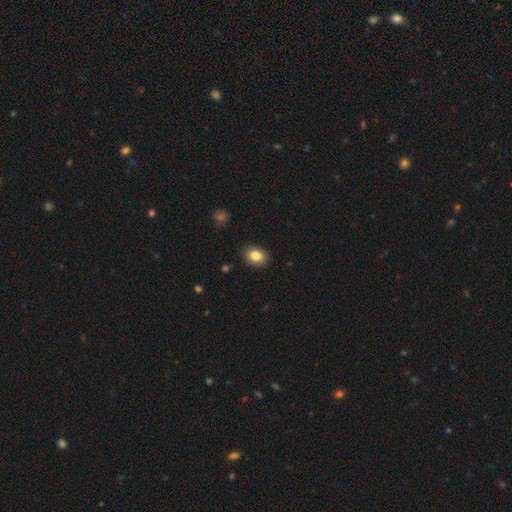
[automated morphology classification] type=smooth (84%); roundness=in between (65%); merging=none (88%).